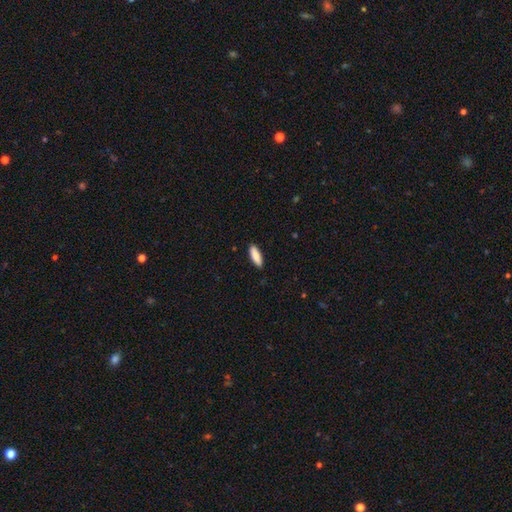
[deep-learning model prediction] Q: Smooth or featured?
A: smooth (88%); runner-up: featured or disk (7%)
Q: How rounded?
A: cigar-shaped (49%); tied with: in between (49%)
Q: Merging?
A: none (88%); runner-up: minor disturbance (9%)